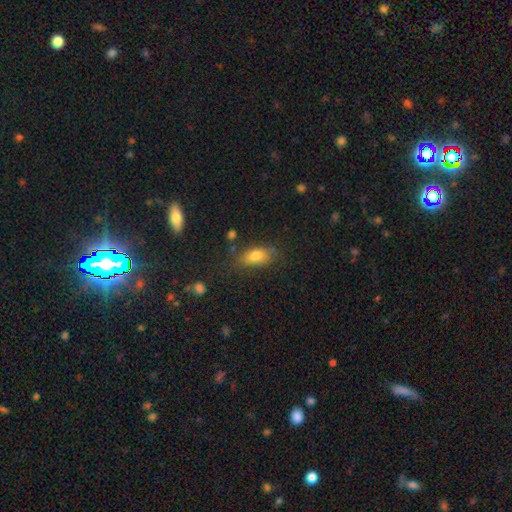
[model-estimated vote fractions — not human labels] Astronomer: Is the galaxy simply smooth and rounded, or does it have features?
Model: smooth — 78%.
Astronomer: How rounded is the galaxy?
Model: in between — 84%.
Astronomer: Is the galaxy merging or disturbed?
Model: none — 72%.